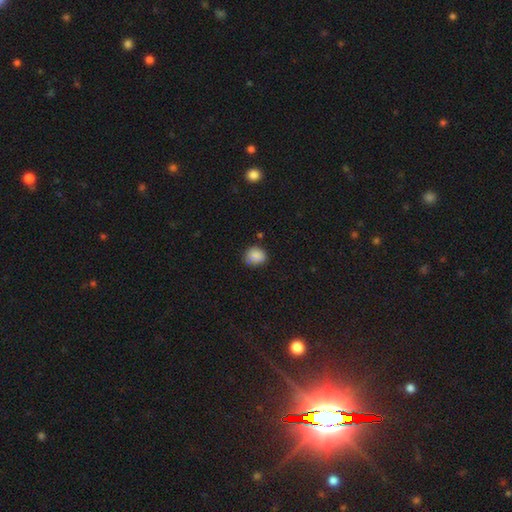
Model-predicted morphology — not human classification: This is clearly a smooth galaxy (85%). How rounded: likely round (69%). Merging: likely none (69%).